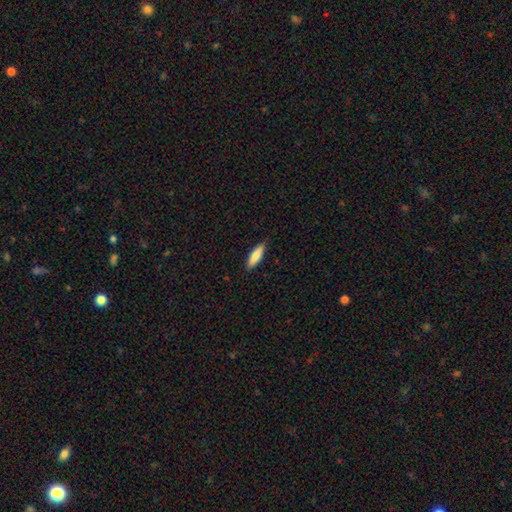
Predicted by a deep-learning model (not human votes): Q: Smooth or featured?
A: smooth (81%); runner-up: featured or disk (13%)
Q: How rounded?
A: cigar-shaped (58%); runner-up: in between (41%)
Q: Merging?
A: none (87%); runner-up: minor disturbance (10%)